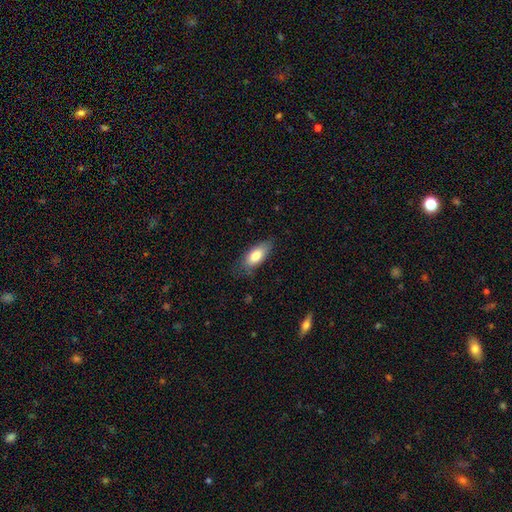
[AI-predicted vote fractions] smooth_or_featured: smooth (p=0.79) [alt: featured or disk p=0.14]
how_rounded: in between (p=0.83) [alt: cigar-shaped p=0.14]
merging: none (p=0.75) [alt: minor disturbance p=0.20]